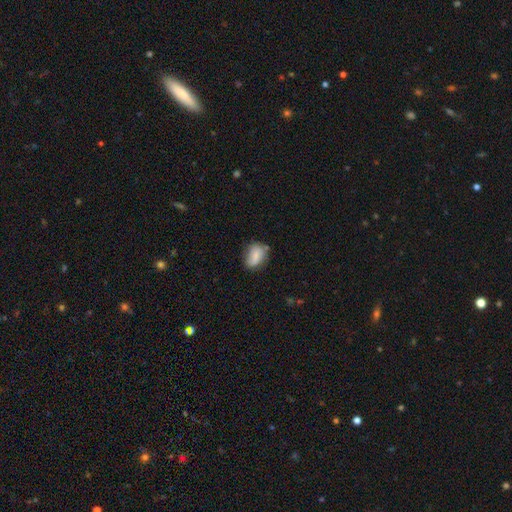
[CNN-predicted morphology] Smooth or featured? smooth (68%)
How rounded? in between (76%)
Merging? none (60%)